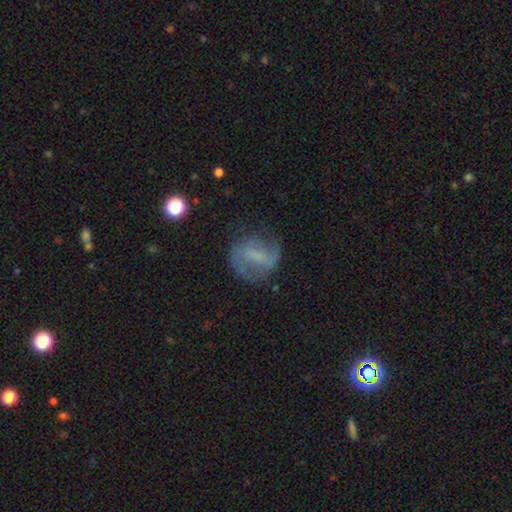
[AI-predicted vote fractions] Q: Smooth or featured?
A: featured or disk (63%); runner-up: smooth (26%)
Q: Edge-on disk?
A: no (96%); runner-up: yes (4%)
Q: Bar?
A: weak (41%); runner-up: strong (34%)
Q: Spiral arms?
A: yes (79%); runner-up: no (21%)
Q: Bulge size?
A: none (55%); runner-up: small (25%)
Q: Merging?
A: none (62%); runner-up: minor disturbance (21%)